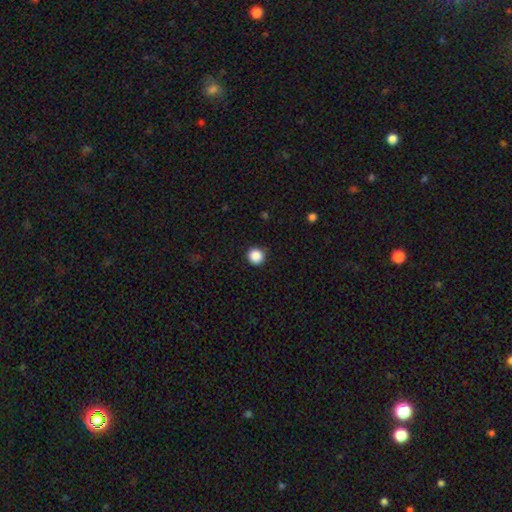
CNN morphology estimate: Q: Smooth or featured?
A: smooth (88%); runner-up: star or artifact (10%)
Q: How rounded?
A: round (96%); runner-up: in between (3%)
Q: Merging?
A: none (92%); runner-up: minor disturbance (5%)